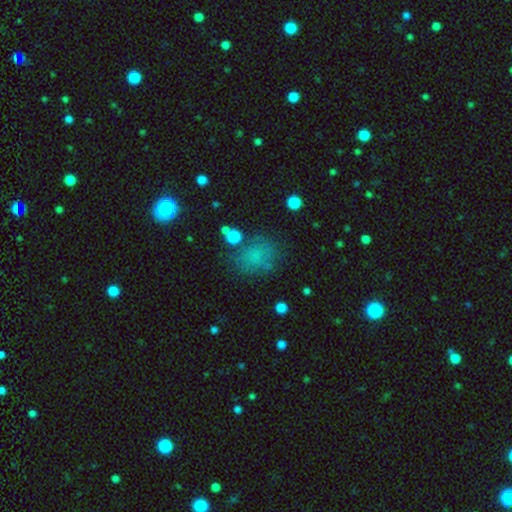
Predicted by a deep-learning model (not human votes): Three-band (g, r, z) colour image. It shows a smooth galaxy with no disk features (67%) that is round (57%). Merging: none (65%).